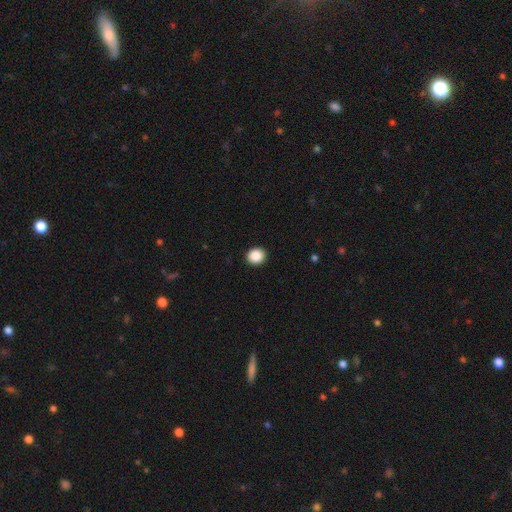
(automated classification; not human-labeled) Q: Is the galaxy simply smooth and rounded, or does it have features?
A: smooth — 89%.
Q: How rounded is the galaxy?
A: round — 83%.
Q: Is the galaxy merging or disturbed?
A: none — 93%.